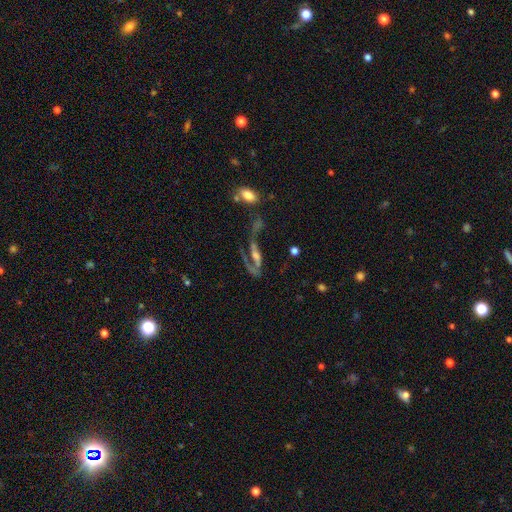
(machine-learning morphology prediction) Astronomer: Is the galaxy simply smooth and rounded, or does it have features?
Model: featured or disk — 66%.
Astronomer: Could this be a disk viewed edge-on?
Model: no — 79%.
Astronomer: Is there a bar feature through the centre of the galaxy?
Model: no — 52% (runner-up: weak, 28%).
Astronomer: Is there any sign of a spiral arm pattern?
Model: yes — 68%.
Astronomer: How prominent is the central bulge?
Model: small — 31%, tied with moderate at 31%.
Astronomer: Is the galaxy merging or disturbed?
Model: major disturbance — 38% (runner-up: none, 27%).